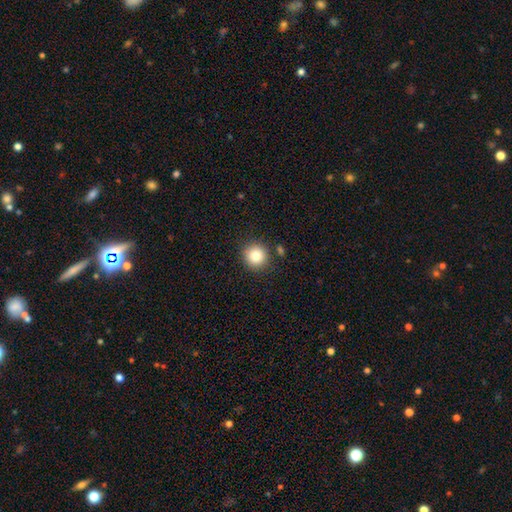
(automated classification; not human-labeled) The model was most divided on "smooth or featured": smooth: 82%, star or artifact: 11%, featured or disk: 8%. More confident: how rounded — round (94%); merging — none (87%).